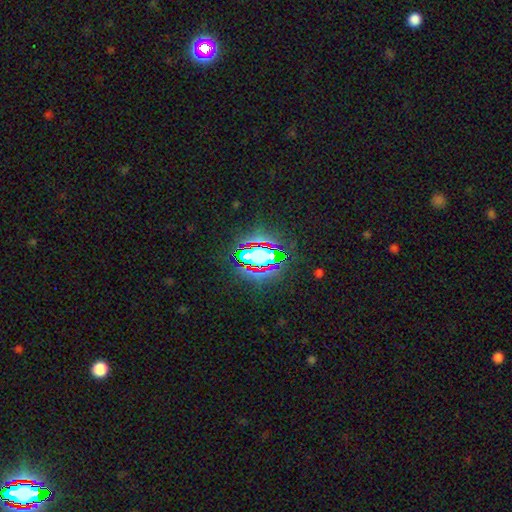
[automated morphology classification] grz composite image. It shows a star or artifact, not a galaxy (68%).